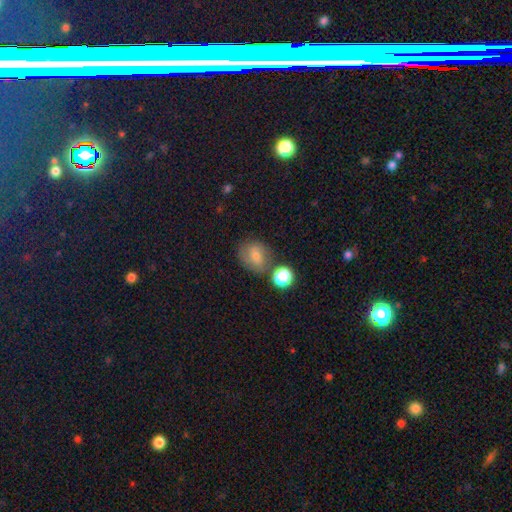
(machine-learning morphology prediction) A smooth galaxy with no disk features (67%) that is round (63%). Merging: none (66%).